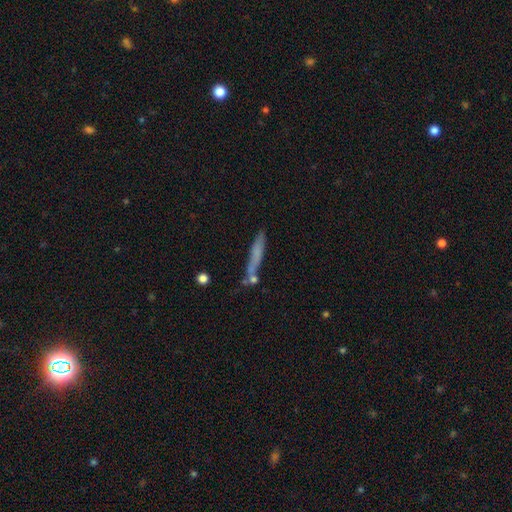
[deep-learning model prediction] Smooth or featured? Predicted: smooth (p=0.58). How rounded? Predicted: cigar-shaped (p=0.92). Merging? Predicted: none (p=0.68).